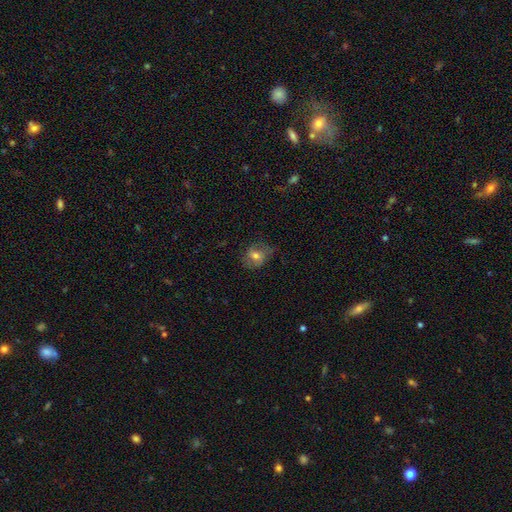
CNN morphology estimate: The model was most divided on "how rounded": round: 52%, in between: 47%, cigar-shaped: 1%. More confident: merging — none (63%); smooth or featured — smooth (56%).